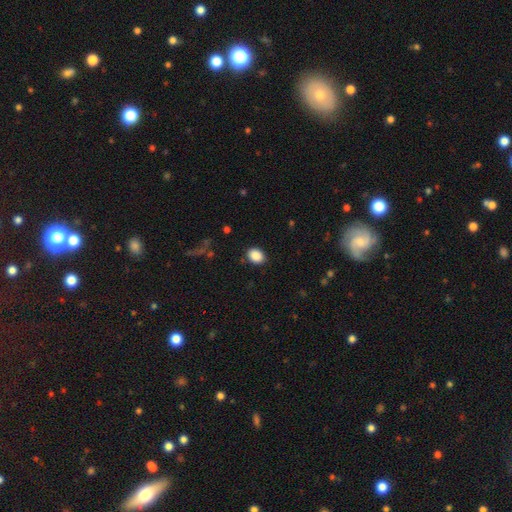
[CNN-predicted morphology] Smooth or featured?
  - smooth: 89% *
  - star or artifact: 8%
  - featured or disk: 3%
How rounded?
  - in between: 68% *
  - round: 31%
  - cigar-shaped: 1%
Merging?
  - none: 86% *
  - minor disturbance: 10%
  - major disturbance: 3%
  - merger: 1%